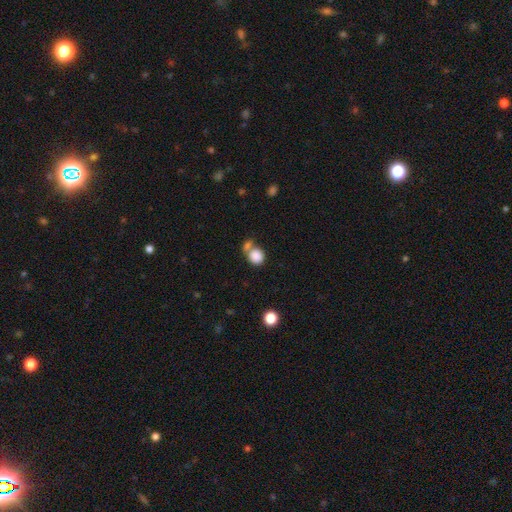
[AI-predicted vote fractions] Smooth or featured: smooth — 85% (star or artifact — 9%)
How rounded: round — 81% (in between — 18%)
Merging: none — 46% (merger — 39%)